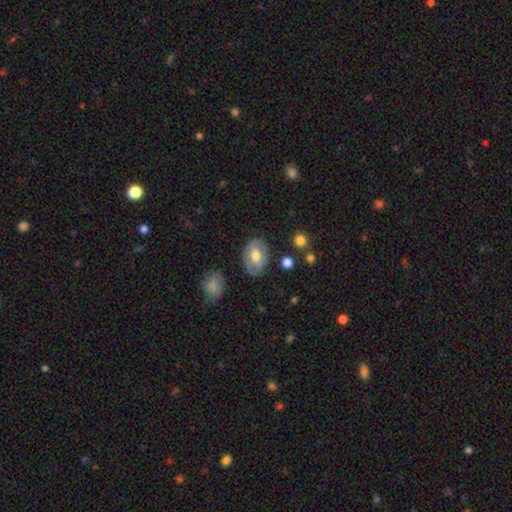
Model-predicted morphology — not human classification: This appears to be a smooth galaxy with no disk features (52%) that is in between round and cigar-shaped (77%). Merging: none (76%).